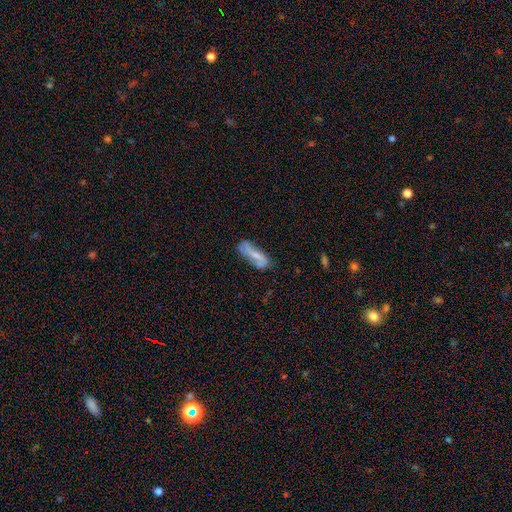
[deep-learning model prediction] Q: Smooth or featured?
A: featured or disk (51%); runner-up: smooth (42%)
Q: Edge-on disk?
A: no (85%); runner-up: yes (15%)
Q: Merging?
A: none (64%); runner-up: minor disturbance (24%)